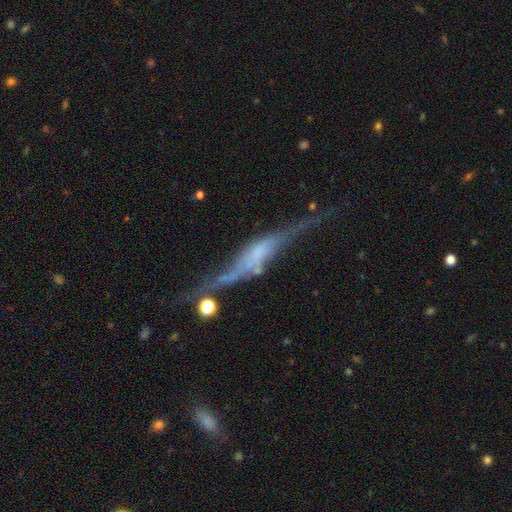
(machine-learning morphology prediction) Smooth or featured? featured or disk (75%)
Edge-on disk? yes (81%)
Edge-on bulge? boxy (40%)
Merging? none (46%)